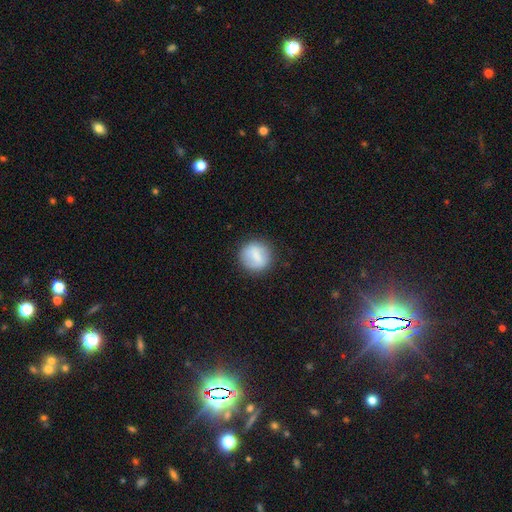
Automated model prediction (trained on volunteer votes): Smooth or featured?
  - smooth: 72% *
  - featured or disk: 20%
  - star or artifact: 8%
How rounded?
  - round: 89% *
  - in between: 10%
  - cigar-shaped: 1%
Merging?
  - none: 84% *
  - minor disturbance: 11%
  - major disturbance: 4%
  - merger: 1%